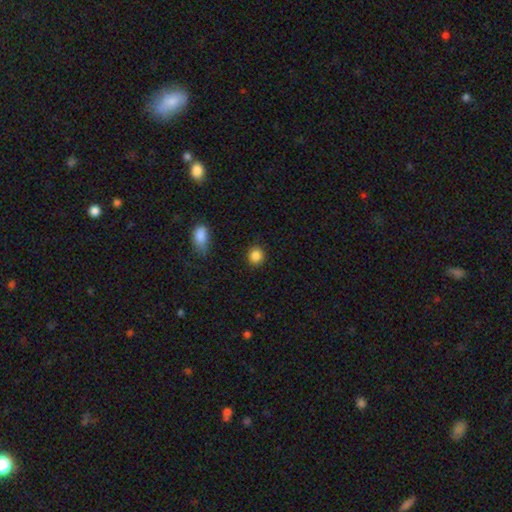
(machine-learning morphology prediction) A smooth galaxy with no disk features (86%) that is round (85%). Merging: none (88%).